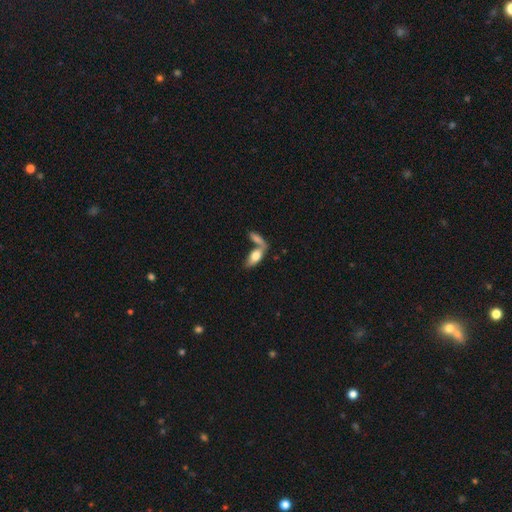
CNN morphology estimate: Smooth or featured: smooth — 70% (featured or disk — 23%)
How rounded: in between — 82% (cigar-shaped — 14%)
Merging: merger — 46% (none — 38%)